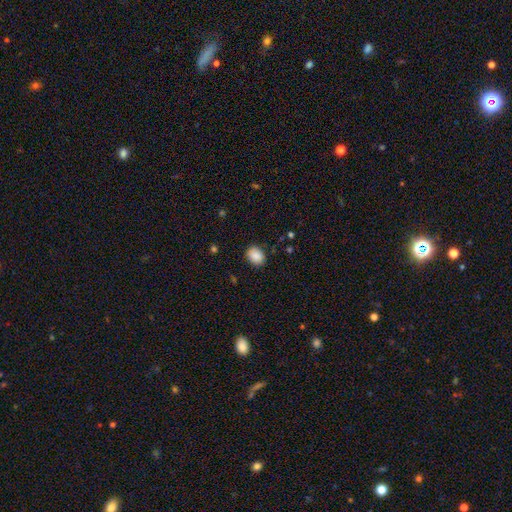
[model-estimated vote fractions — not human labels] Q: Smooth or featured?
A: smooth (89%); runner-up: star or artifact (8%)
Q: How rounded?
A: in between (61%); runner-up: round (38%)
Q: Merging?
A: none (86%); runner-up: minor disturbance (11%)